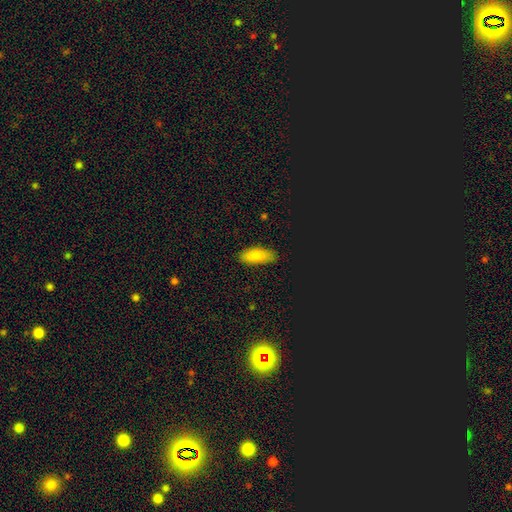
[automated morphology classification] The model was most divided on "how rounded": in between: 77%, cigar-shaped: 20%, round: 2%. More confident: smooth or featured — smooth (84%); merging — none (83%).